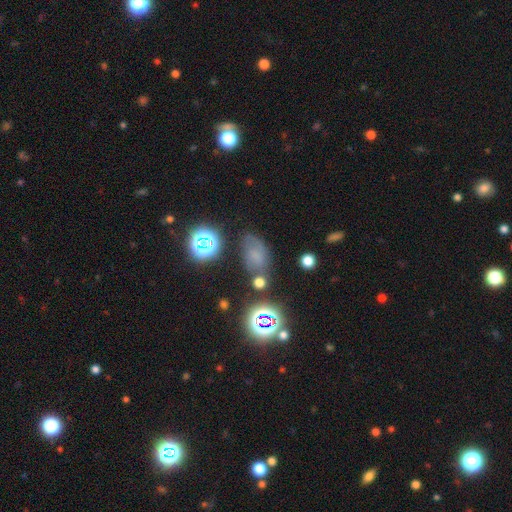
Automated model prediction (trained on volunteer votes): Q: Smooth or featured?
A: smooth (50%); runner-up: star or artifact (27%)
Q: Merging?
A: none (58%); runner-up: minor disturbance (24%)